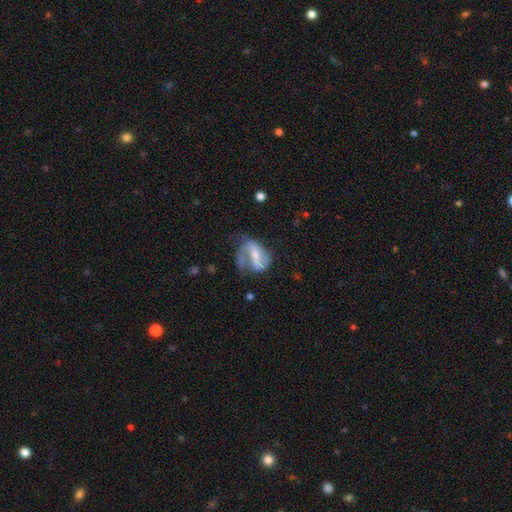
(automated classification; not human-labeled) smooth-or-featured: featured or disk: 68% | smooth: 25% | star or artifact: 7%
  disk-edge-on: no: 96% | yes: 4%
    bar: weak: 40% | strong: 34% | no: 26%
    has-spiral-arms: yes: 79% | no: 21%
      spiral-winding: loose: 45% | medium: 40% | tight: 16%
      spiral-arm-count: 2: 60% | 1: 21% | can't tell: 11% | 3: 5% | 4: 1% | more than 4: 1%
    bulge-size: small: 43% | moderate: 40% | none: 11% | large: 5% | dominant: 1%
  merging: major disturbance: 35% (tied) | none: 35% (tied) | minor disturbance: 24% | merger: 5%